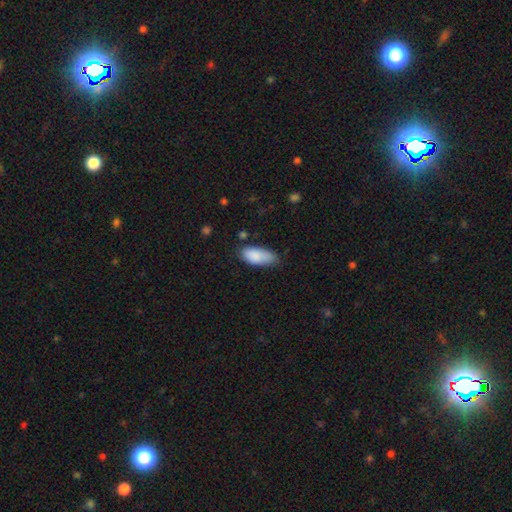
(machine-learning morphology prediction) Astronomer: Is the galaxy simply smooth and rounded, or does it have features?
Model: smooth — 87%.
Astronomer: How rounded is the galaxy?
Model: in between — 87%.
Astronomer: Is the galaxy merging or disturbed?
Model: none — 55% (runner-up: minor disturbance, 34%).